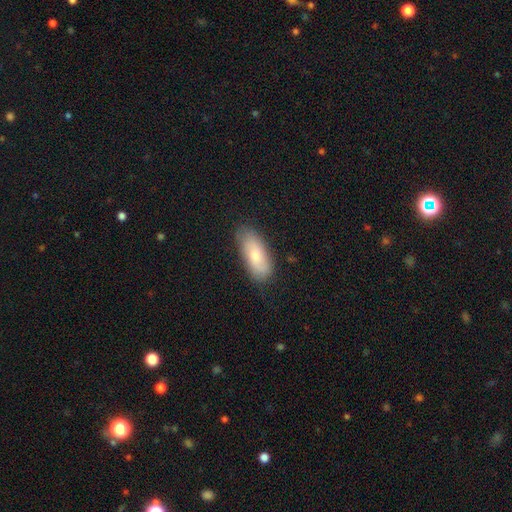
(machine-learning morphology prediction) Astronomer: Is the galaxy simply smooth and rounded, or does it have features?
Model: smooth — 73%.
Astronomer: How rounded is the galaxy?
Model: in between — 80%.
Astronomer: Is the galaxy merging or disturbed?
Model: none — 80%.